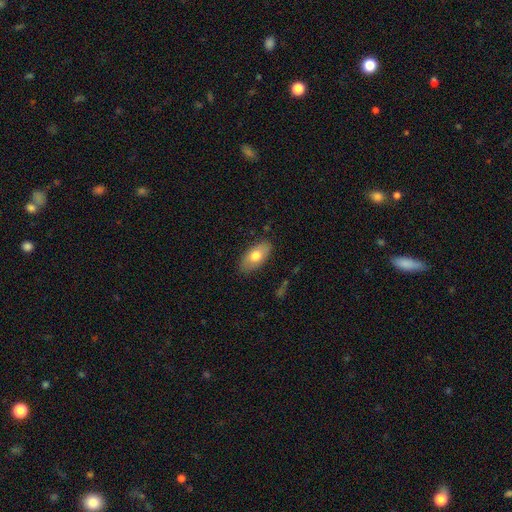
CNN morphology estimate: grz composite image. It shows a smooth galaxy with no disk features (72%) that is in between round and cigar-shaped (91%). Merging: none (84%).